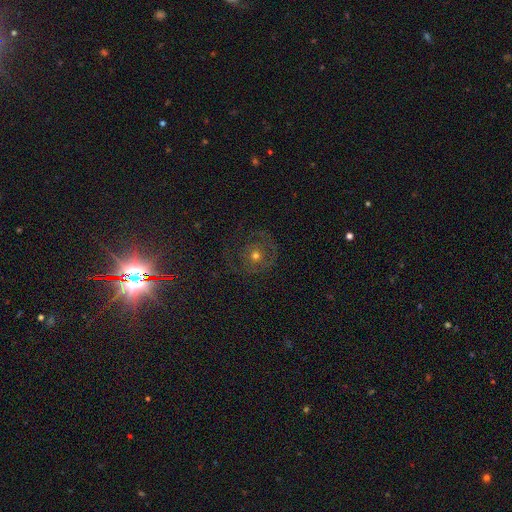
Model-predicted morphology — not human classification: featured or disk 51%, smooth 34%, star or artifact 15%. Down the decision tree: edge-on disk — no (97%); merging — none (68%).